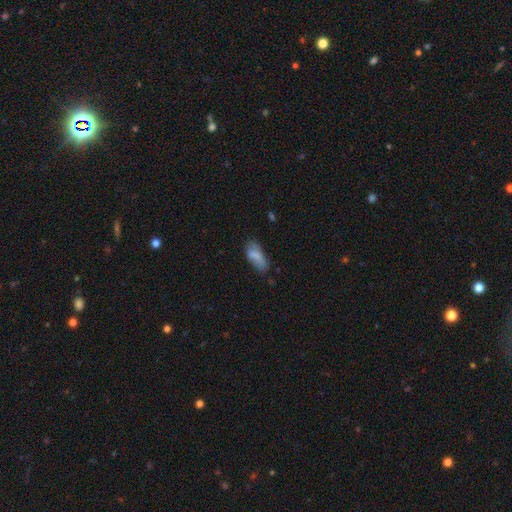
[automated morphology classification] smooth 77%, featured or disk 15%, star or artifact 8%. Down the decision tree: how rounded — in between (80%); merging — none (51%).